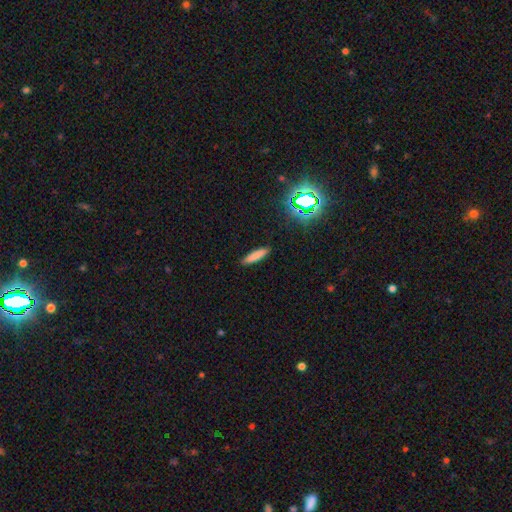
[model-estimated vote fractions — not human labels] Smooth or featured: smooth — 79% (star or artifact — 12%)
How rounded: cigar-shaped — 81% (in between — 17%)
Merging: none — 89% (minor disturbance — 8%)